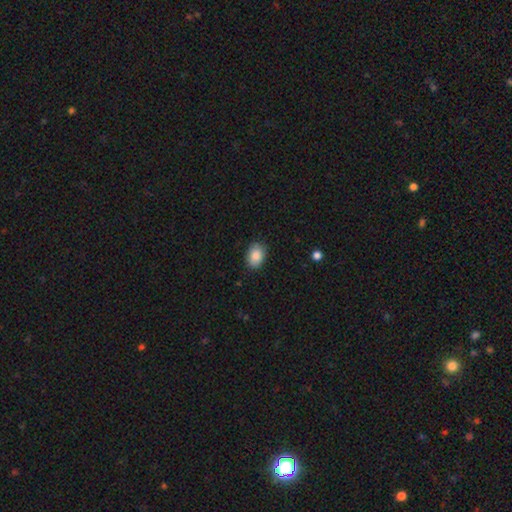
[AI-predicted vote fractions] This is clearly a smooth galaxy (87%). How rounded: likely in between (79%). Merging: clearly none (86%).